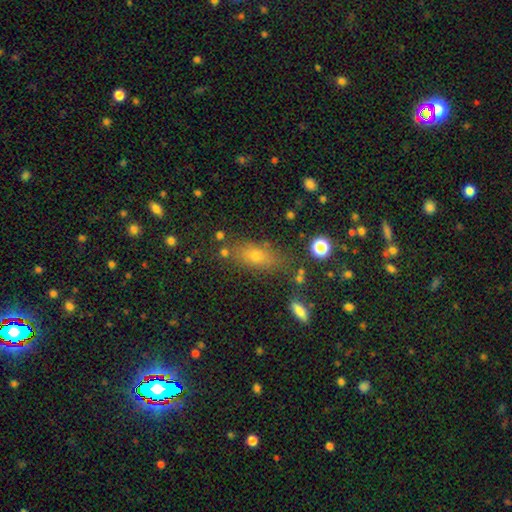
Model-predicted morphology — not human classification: smooth 61%, star or artifact 22%, featured or disk 17%. Down the decision tree: how rounded — in between (66%); merging — none (76%).